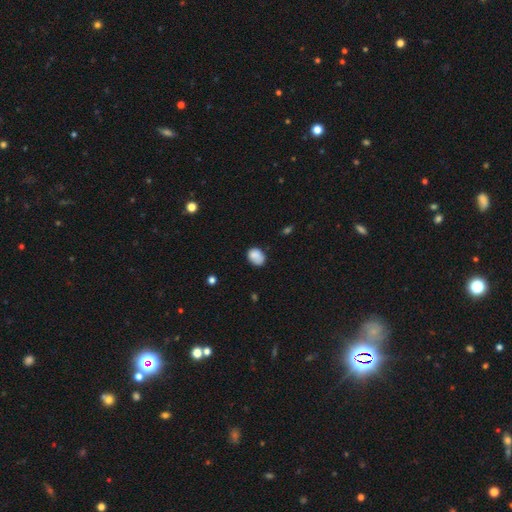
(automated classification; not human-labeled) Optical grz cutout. It shows a smooth galaxy with no disk features (84%) that is in between round and cigar-shaped (63%). Merging: none (66%).